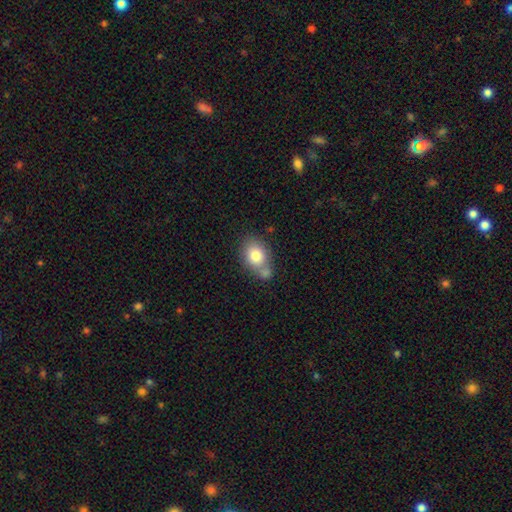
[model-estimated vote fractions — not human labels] Q: Smooth or featured?
A: smooth (77%); runner-up: featured or disk (15%)
Q: How rounded?
A: in between (63%); runner-up: round (35%)
Q: Merging?
A: none (47%); runner-up: merger (31%)